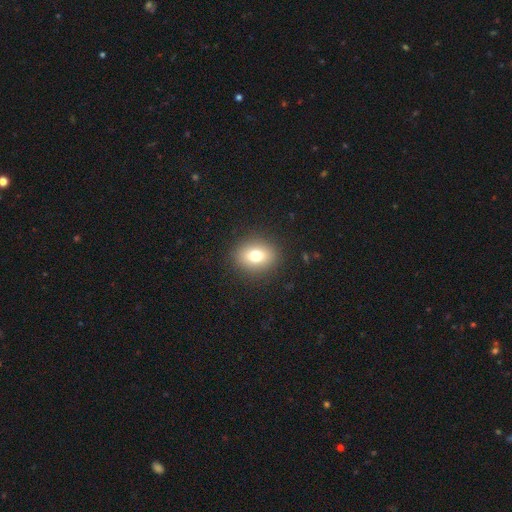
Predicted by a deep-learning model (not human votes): This appears to be a smooth galaxy with no disk features (75%) that is round (55%). Merging: none (89%).